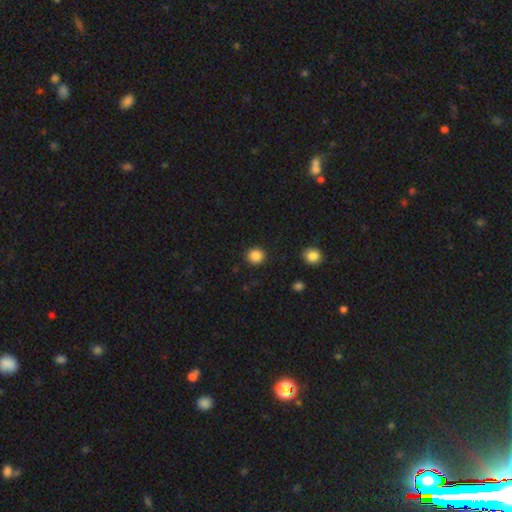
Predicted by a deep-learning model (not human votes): Overall: smooth (86%). How rounded: round (94%). Merging: none (92%).